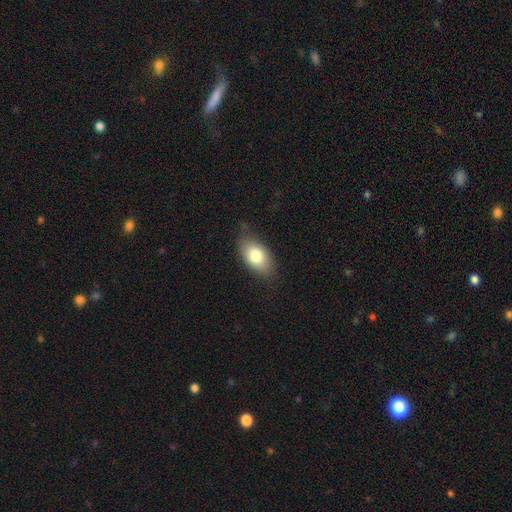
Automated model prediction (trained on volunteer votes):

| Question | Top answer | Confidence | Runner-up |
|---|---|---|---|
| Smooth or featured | smooth | 80% | featured or disk (13%) |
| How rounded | in between | 91% | round (6%) |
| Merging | none | 75% | minor disturbance (19%) |